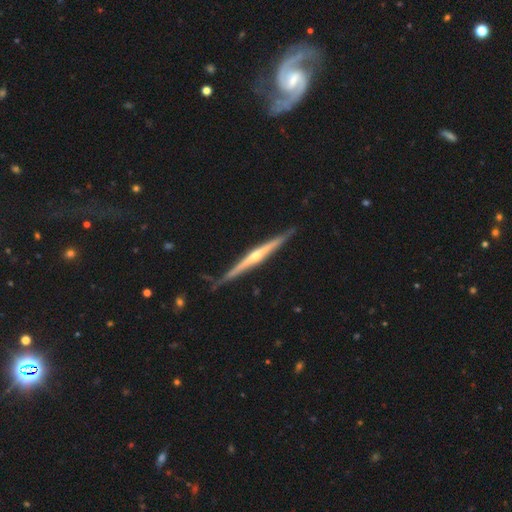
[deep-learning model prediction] smooth-or-featured: featured or disk: 82% | smooth: 13% | star or artifact: 5%
  disk-edge-on: yes: 98% | no: 2%
    edge-on-bulge: rounded: 81% | none: 15% | boxy: 4%
  merging: none: 84% | minor disturbance: 12% | major disturbance: 2% | merger: 2%